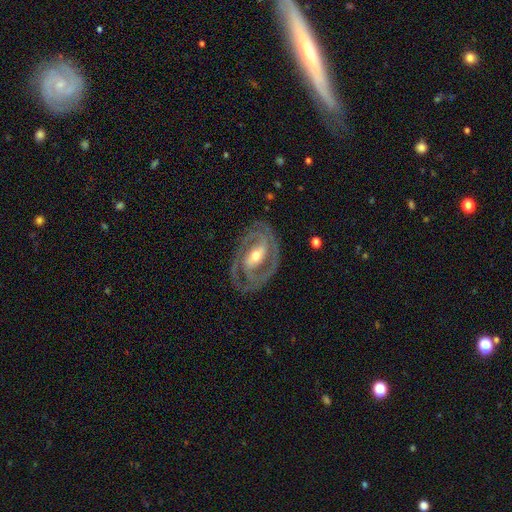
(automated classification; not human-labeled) Overall: featured or disk (89%). Edge-on disk: no (96%). Bar: strong (48%; weak 33%). Spiral arms: yes (93%). Spiral arm count: 2 (72%). Spiral winding: tight (56%; medium 37%). Bulge size: moderate (62%; small 31%). Merging: none (79%).